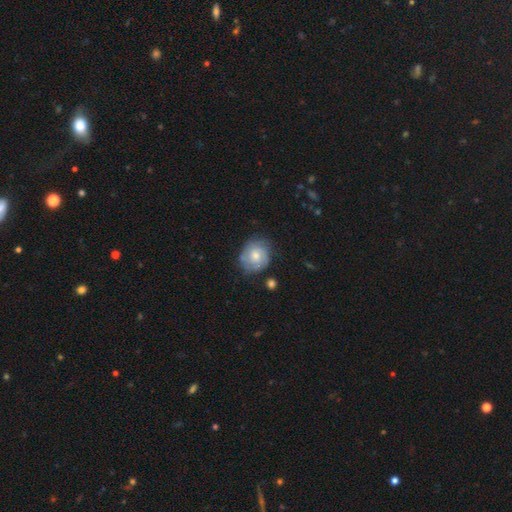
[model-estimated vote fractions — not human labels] Smooth or featured: featured or disk — 48% (smooth — 46%)
Merging: none — 69% (minor disturbance — 22%)